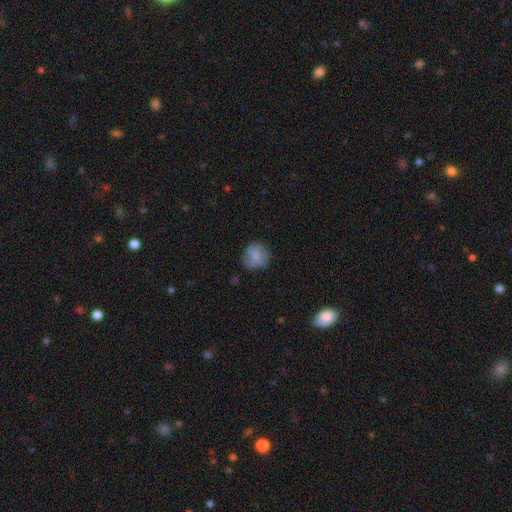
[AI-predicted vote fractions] The model was most divided on "merging": none: 62%, minor disturbance: 24%, major disturbance: 12%, merger: 2%. More confident: how rounded — round (79%); smooth or featured — smooth (68%).